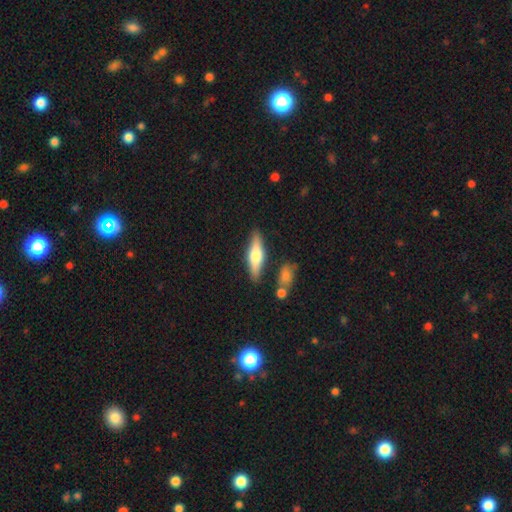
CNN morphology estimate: This appears to be a smooth galaxy with no disk features (51%) that is cigar-shaped (57%). Merging: none (82%).